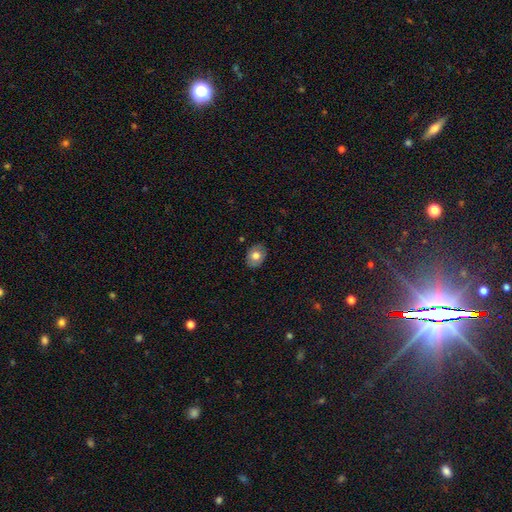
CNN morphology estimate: smooth-or-featured: smooth: 72% | featured or disk: 21% | star or artifact: 8%
  how-rounded: in between: 66% | round: 33% | cigar-shaped: 1%
  merging: none: 85% | minor disturbance: 12% | major disturbance: 2% | merger: 1%